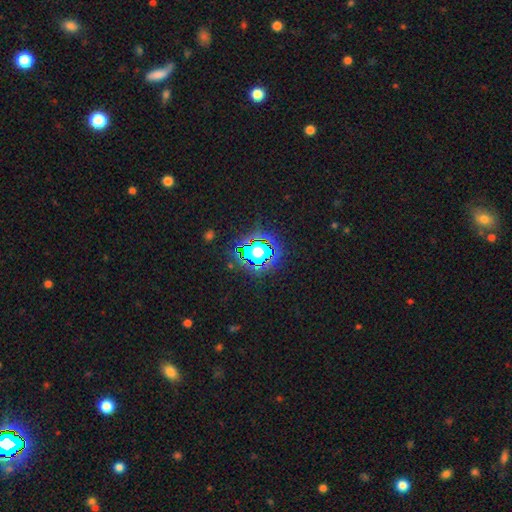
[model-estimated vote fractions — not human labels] Smooth or featured: star or artifact — 63% (smooth — 25%)